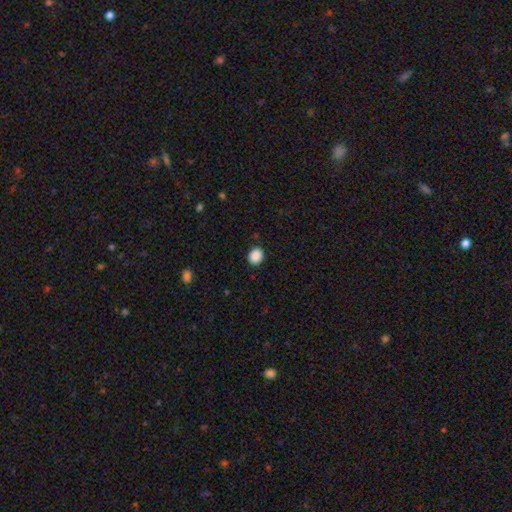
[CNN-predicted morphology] Q: Smooth or featured?
A: smooth (89%); runner-up: star or artifact (9%)
Q: How rounded?
A: round (64%); runner-up: in between (35%)
Q: Merging?
A: none (90%); runner-up: minor disturbance (7%)